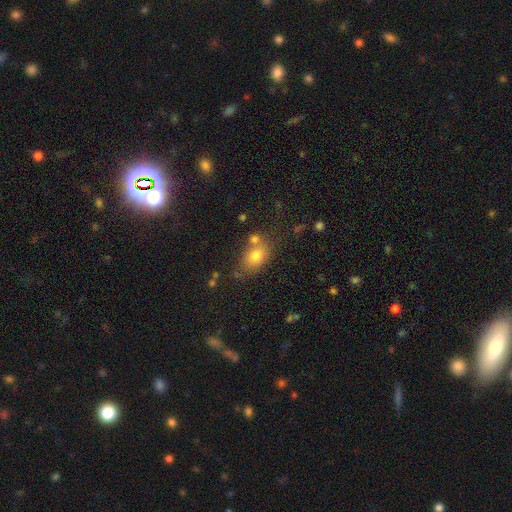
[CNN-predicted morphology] type=smooth (76%); roundness=in between (75%); merging=none (58%).